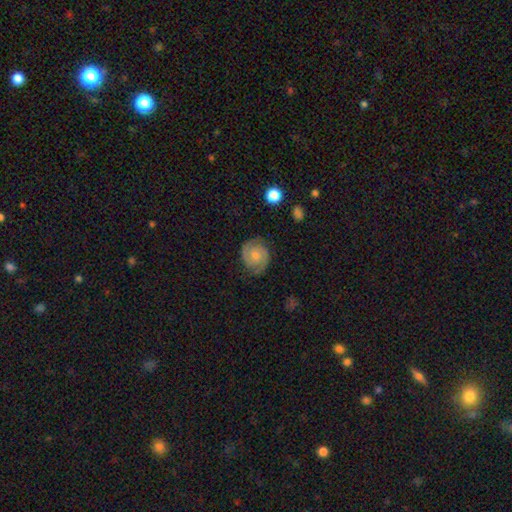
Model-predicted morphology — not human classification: The model was most divided on "bulge size": small: 52%, moderate: 36%, none: 8%, large: 2%, dominant: 1%. More confident: edge-on disk — no (98%); spiral arms — yes (97%); spiral arm count — 2 (90%); smooth or featured — featured or disk (83%); merging — none (81%); bar — no (70%); spiral winding — tight (61%).